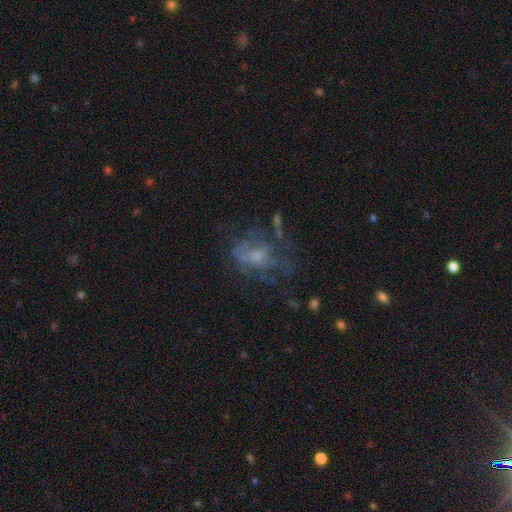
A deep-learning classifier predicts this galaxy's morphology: Smooth or featured? featured or disk (57%)
Edge-on disk? no (96%)
Bar? no (73%)
Spiral arms? no (57%)
Bulge size? small (41%)
Merging? none (45%)